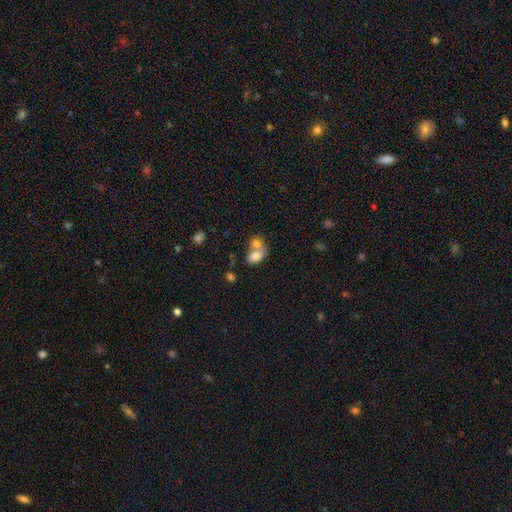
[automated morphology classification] type=smooth (77%); roundness=in between (78%); merging=merger (63%).